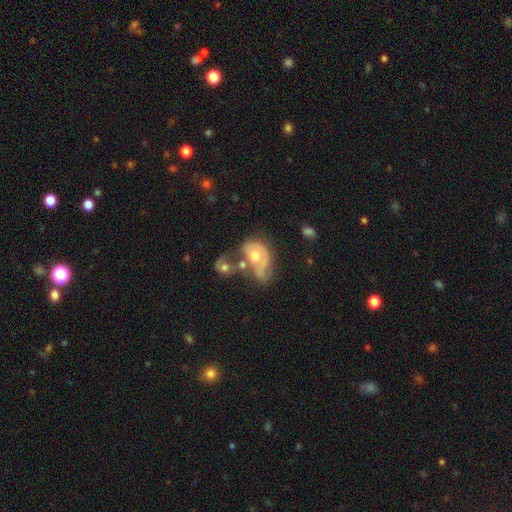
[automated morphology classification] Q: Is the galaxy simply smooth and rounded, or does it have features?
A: featured or disk — 59%.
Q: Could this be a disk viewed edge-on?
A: no — 96%.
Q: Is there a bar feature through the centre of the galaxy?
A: no — 80%.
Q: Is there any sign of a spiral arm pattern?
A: yes — 58%.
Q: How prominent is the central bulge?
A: moderate — 70%.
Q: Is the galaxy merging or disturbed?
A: merger — 47%.